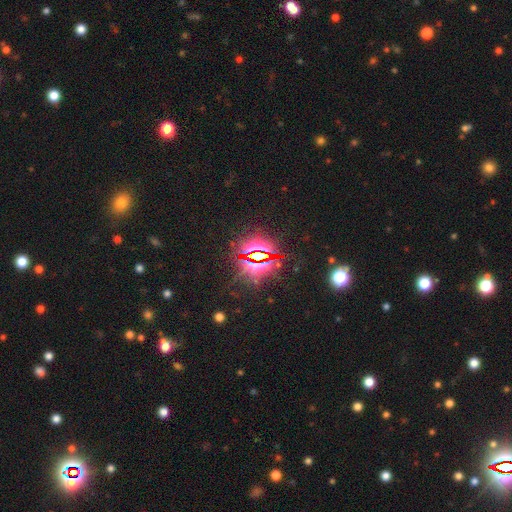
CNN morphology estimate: smooth_or_featured: star or artifact (p=0.83) [alt: smooth p=0.09]